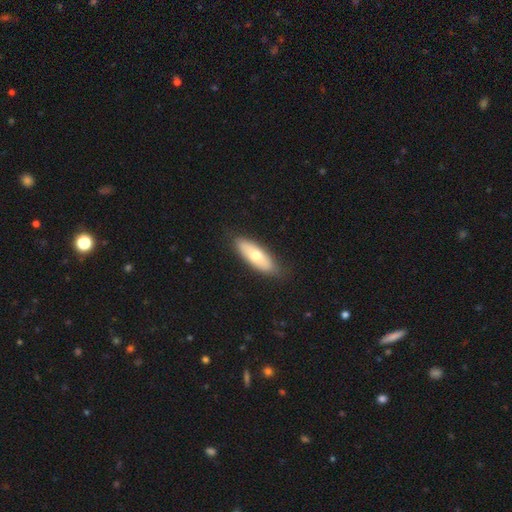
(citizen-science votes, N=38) Smooth or featured? smooth (74%)
How rounded? in between (75%)
Merging? none (81%)